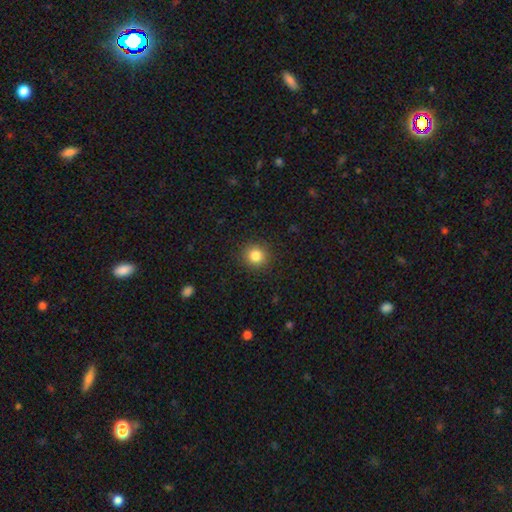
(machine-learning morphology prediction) smooth 84%, star or artifact 11%, featured or disk 5%. Down the decision tree: how rounded — round (93%); merging — none (91%).